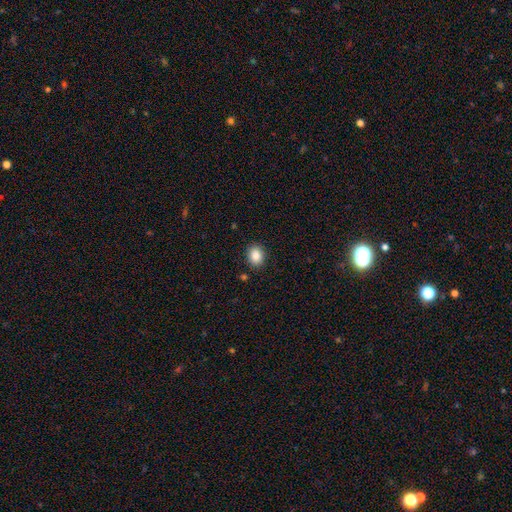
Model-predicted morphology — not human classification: Q: Smooth or featured?
A: smooth (88%); runner-up: star or artifact (9%)
Q: How rounded?
A: in between (52%); runner-up: round (47%)
Q: Merging?
A: none (89%); runner-up: minor disturbance (8%)